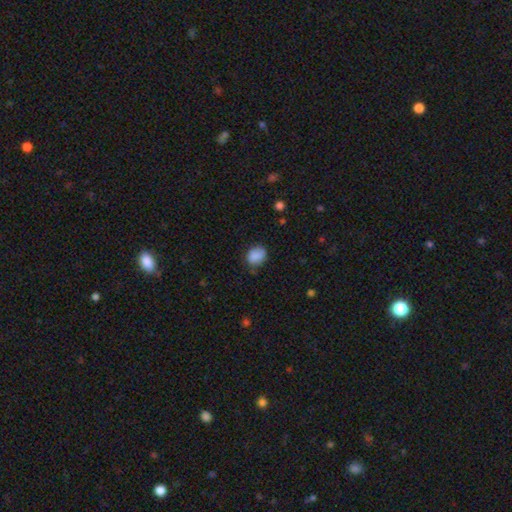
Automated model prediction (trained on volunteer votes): Overall: smooth (85%). How rounded: round (52%; in between 47%). Merging: none (67%).